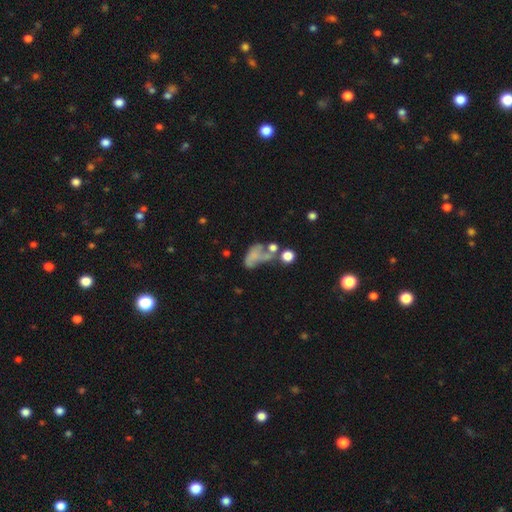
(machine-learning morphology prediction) Smooth or featured: smooth — 46% (featured or disk — 39%)
Merging: major disturbance — 36% (merger — 29%)